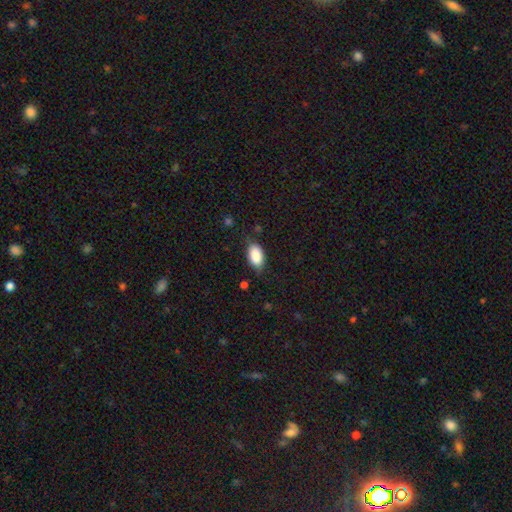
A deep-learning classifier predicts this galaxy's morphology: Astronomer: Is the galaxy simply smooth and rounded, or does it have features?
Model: smooth — 87%.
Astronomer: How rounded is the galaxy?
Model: in between — 93%.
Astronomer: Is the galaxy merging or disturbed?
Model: none — 71%.